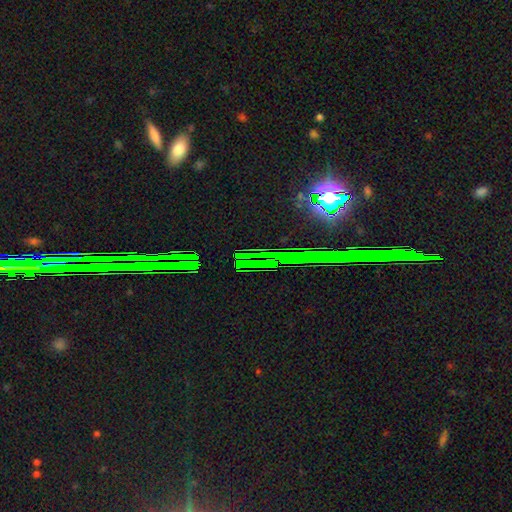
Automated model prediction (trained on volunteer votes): Overall: star or artifact (79%).